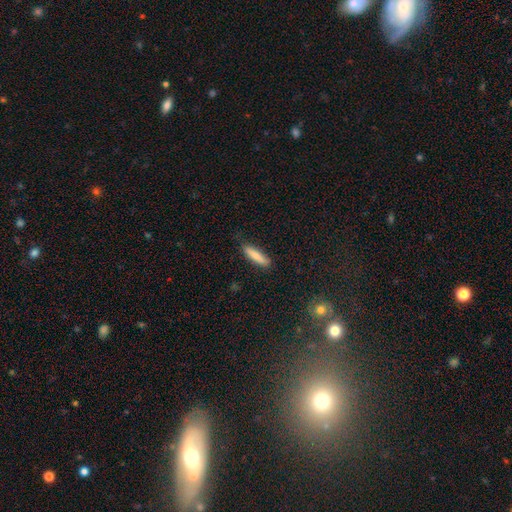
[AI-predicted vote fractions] Smooth or featured? Predicted: smooth (p=0.83). How rounded? Predicted: cigar-shaped (p=0.77). Merging? Predicted: none (p=0.84).